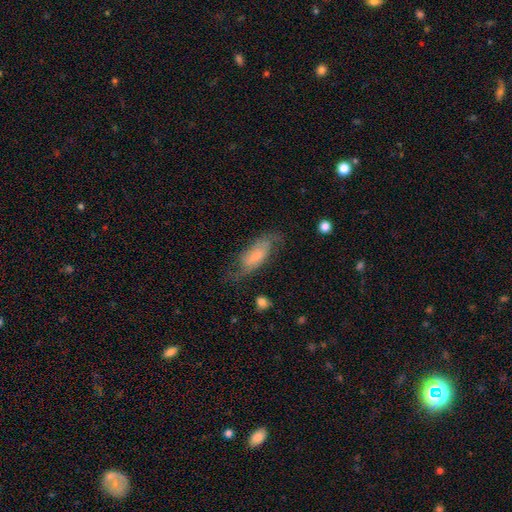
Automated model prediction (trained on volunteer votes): Smooth or featured? featured or disk (48%)
Merging? none (60%)